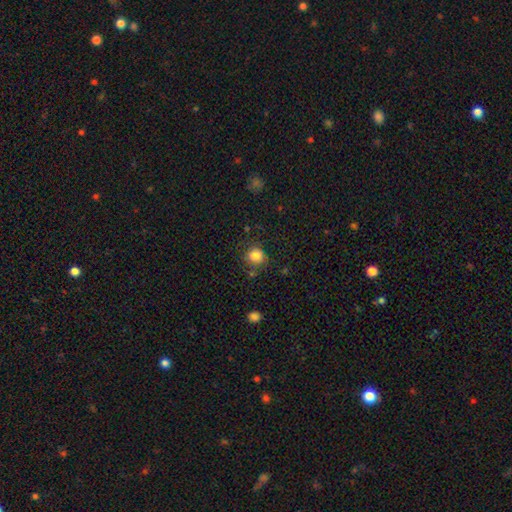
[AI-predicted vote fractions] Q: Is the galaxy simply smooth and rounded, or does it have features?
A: smooth — 83%.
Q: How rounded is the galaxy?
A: round — 87%.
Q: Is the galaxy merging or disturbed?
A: none — 78%.